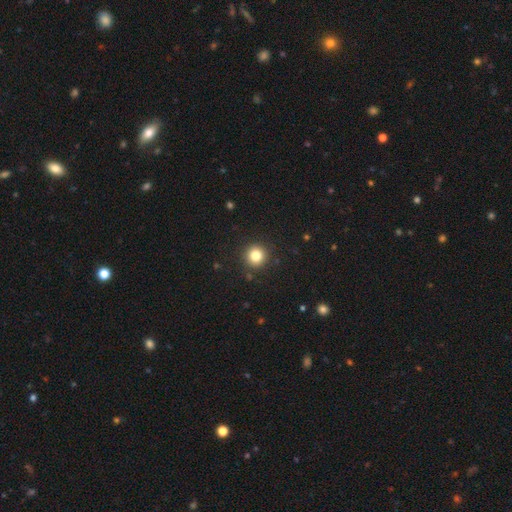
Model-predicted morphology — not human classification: The model was most divided on "smooth or featured": smooth: 82%, star or artifact: 12%, featured or disk: 6%. More confident: how rounded — round (94%); merging — none (91%).